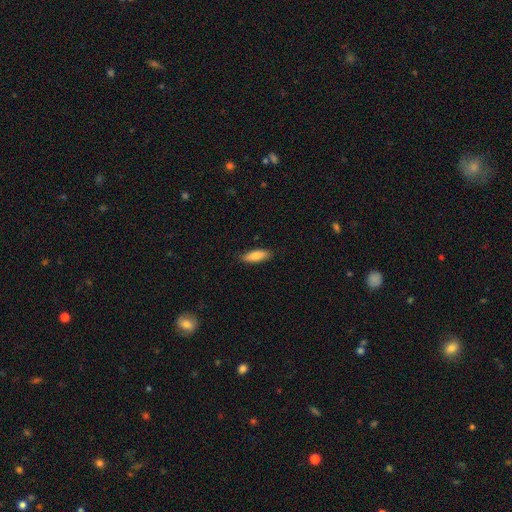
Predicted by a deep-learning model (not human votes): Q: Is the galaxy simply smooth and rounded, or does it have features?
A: smooth — 81%.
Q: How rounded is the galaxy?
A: in between — 57%.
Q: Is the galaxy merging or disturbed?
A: none — 85%.